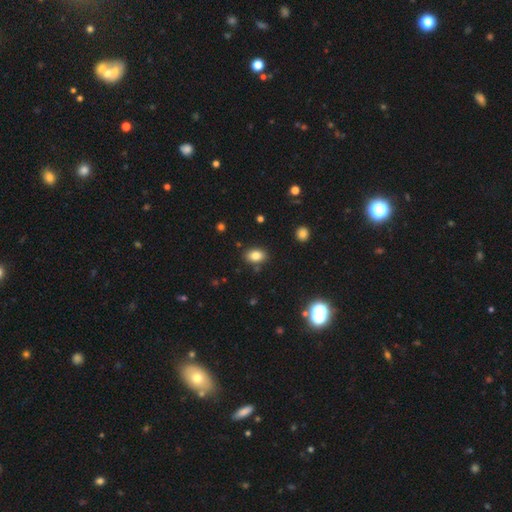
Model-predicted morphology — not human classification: Smooth or featured: smooth — 82% (star or artifact — 10%)
How rounded: in between — 82% (round — 16%)
Merging: none — 84% (minor disturbance — 11%)